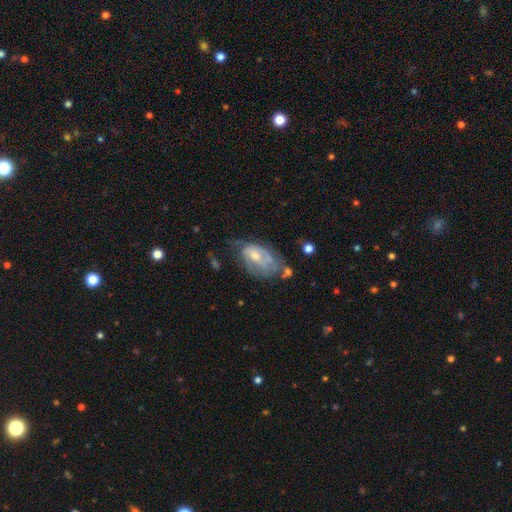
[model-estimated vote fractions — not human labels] Smooth or featured? Predicted: featured or disk (p=0.64). Edge-on disk? Predicted: no (p=0.95). Bar? Predicted: no (p=0.64). Spiral arms? Predicted: yes (p=0.69). Bulge size? Predicted: moderate (p=0.53). Merging? Predicted: none (p=0.36).